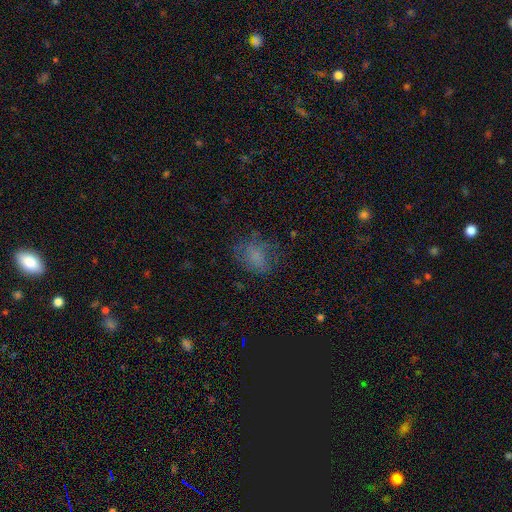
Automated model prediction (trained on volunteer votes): A smooth galaxy with no disk features (67%) that is in between round and cigar-shaped (60%).

Vote fractions:
- Smooth or featured? smooth: 67% / featured or disk: 19% / star or artifact: 14%
- How rounded? in between: 60% / round: 39% / cigar-shaped: 1%
- Merging? none: 61% / minor disturbance: 22% / major disturbance: 16% / merger: 2%